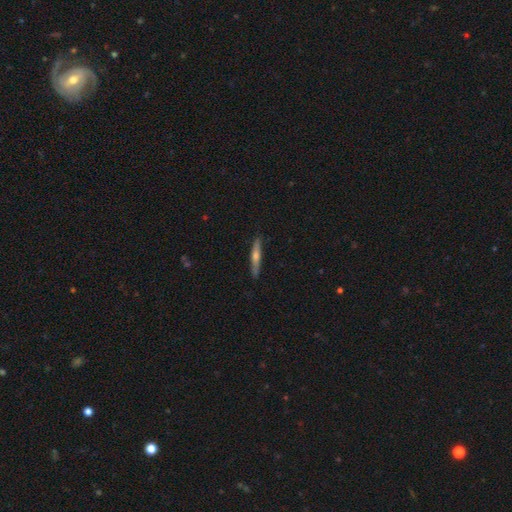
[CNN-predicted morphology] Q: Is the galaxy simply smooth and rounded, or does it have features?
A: featured or disk — 53%.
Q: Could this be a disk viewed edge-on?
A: yes — 96%.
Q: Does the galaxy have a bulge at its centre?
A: rounded — 82%.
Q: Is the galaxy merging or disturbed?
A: none — 89%.